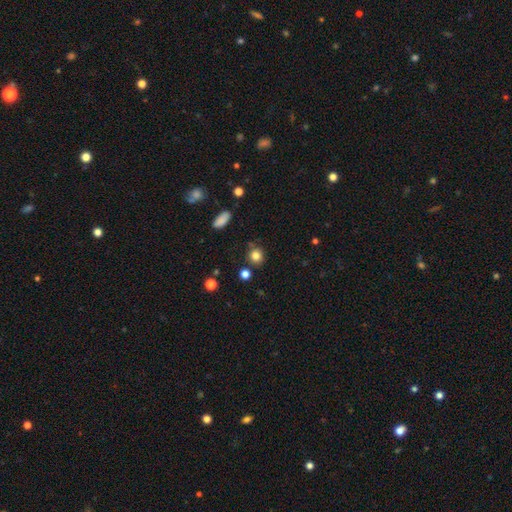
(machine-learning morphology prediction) Q: Smooth or featured?
A: smooth (83%); runner-up: star or artifact (12%)
Q: How rounded?
A: round (85%); runner-up: in between (14%)
Q: Merging?
A: none (80%); runner-up: minor disturbance (11%)